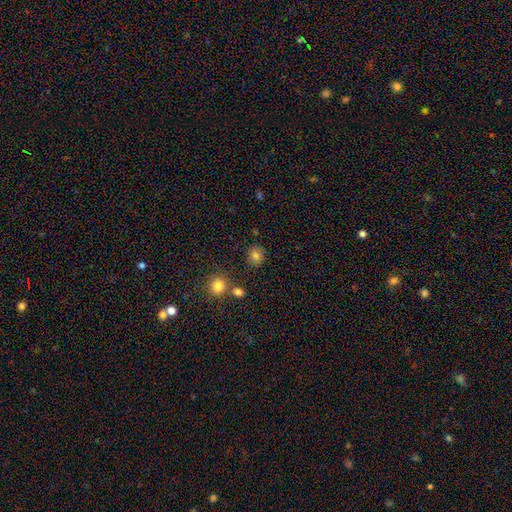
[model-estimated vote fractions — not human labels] Q: Smooth or featured?
A: smooth (81%); runner-up: star or artifact (12%)
Q: How rounded?
A: round (81%); runner-up: in between (18%)
Q: Merging?
A: none (83%); runner-up: minor disturbance (10%)